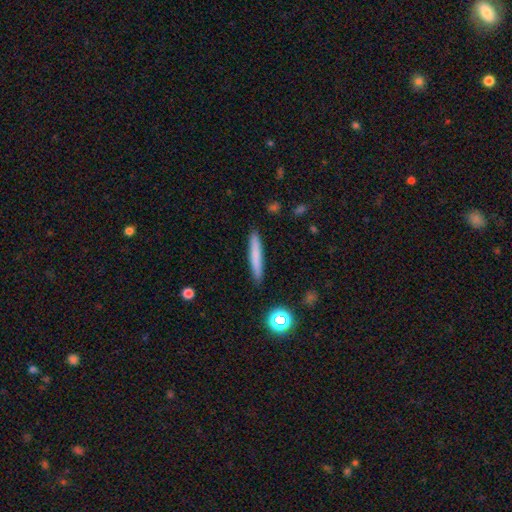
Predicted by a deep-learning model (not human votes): This appears to be a smooth galaxy with no disk features (74%) that is cigar-shaped (95%). Merging: none (91%).